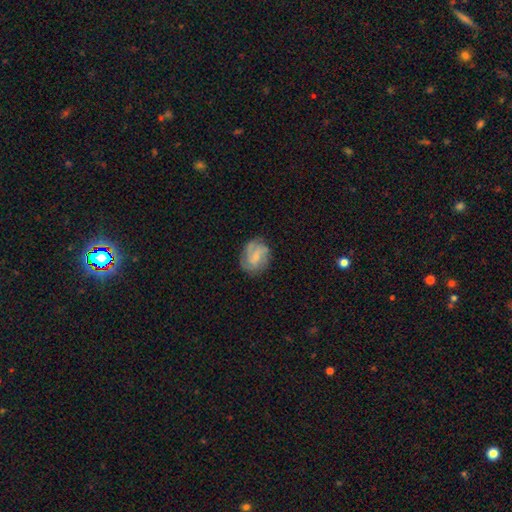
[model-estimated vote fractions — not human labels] featured or disk 66%, smooth 27%, star or artifact 7%. Down the decision tree: edge-on disk — no (98%); bar — weak (51%); spiral arms — yes (89%); spiral arm count — 2 (31%); spiral winding — medium (45%); bulge size — small (58%); merging — none (73%).